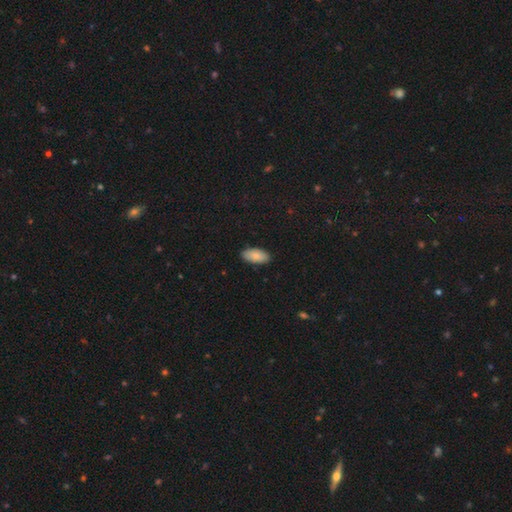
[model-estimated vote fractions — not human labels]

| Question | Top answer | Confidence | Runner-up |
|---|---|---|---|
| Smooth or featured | smooth | 84% | featured or disk (9%) |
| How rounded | in between | 93% | cigar-shaped (5%) |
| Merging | none | 88% | minor disturbance (9%) |